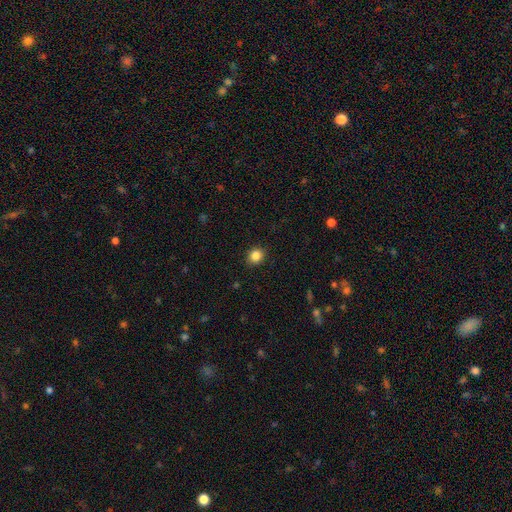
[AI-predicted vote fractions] This is clearly a smooth galaxy (86%). How rounded: likely round (73%). Merging: clearly none (90%).